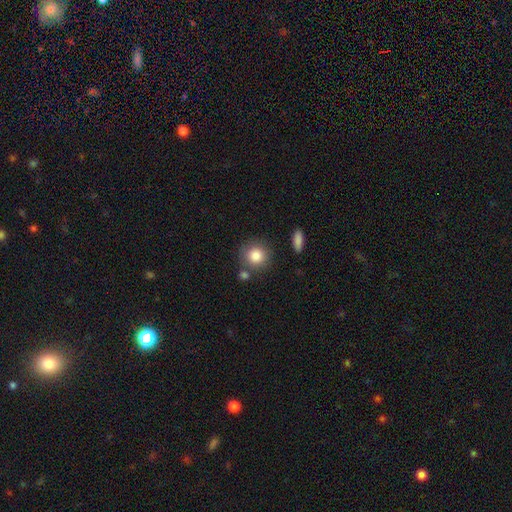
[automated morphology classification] This appears to be a smooth galaxy with no disk features (85%) that is round (89%). Merging: none (74%).